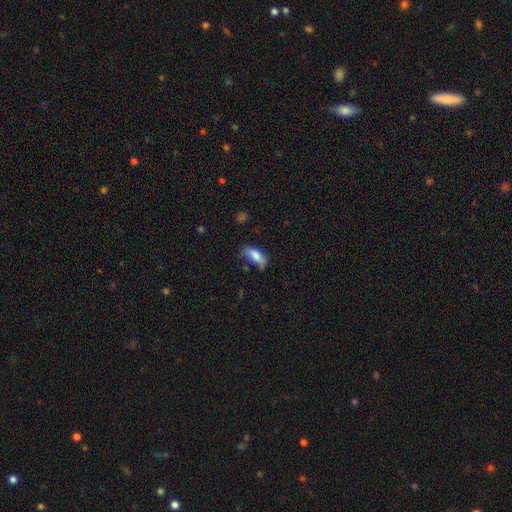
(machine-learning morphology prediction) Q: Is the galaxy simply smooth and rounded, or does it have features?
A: smooth — 77%.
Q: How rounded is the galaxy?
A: in between — 78%.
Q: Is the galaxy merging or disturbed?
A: none — 43%.